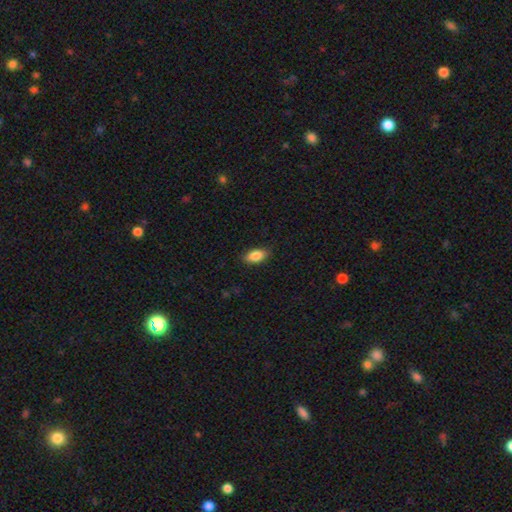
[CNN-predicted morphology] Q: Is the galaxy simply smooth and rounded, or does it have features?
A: smooth — 86%.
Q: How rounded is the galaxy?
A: in between — 90%.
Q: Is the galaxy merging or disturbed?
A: none — 86%.